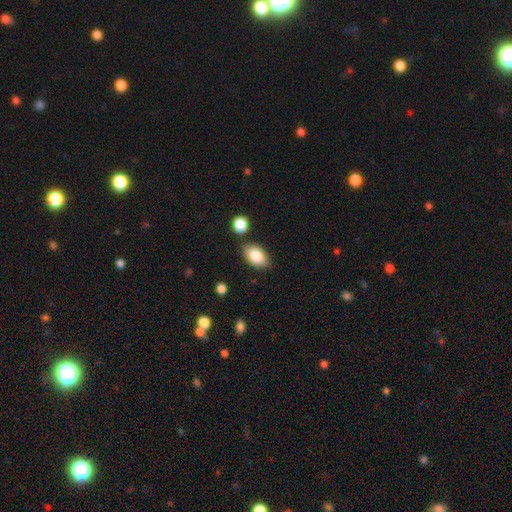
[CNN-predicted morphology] The model was most divided on "merging": none: 80%, minor disturbance: 11%, merger: 6%, major disturbance: 3%. More confident: how rounded — in between (92%); smooth or featured — smooth (85%).